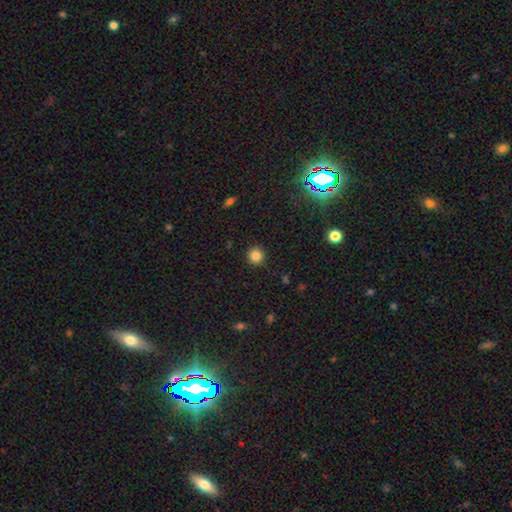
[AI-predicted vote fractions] Smooth or featured? smooth (84%)
How rounded? round (94%)
Merging? none (92%)